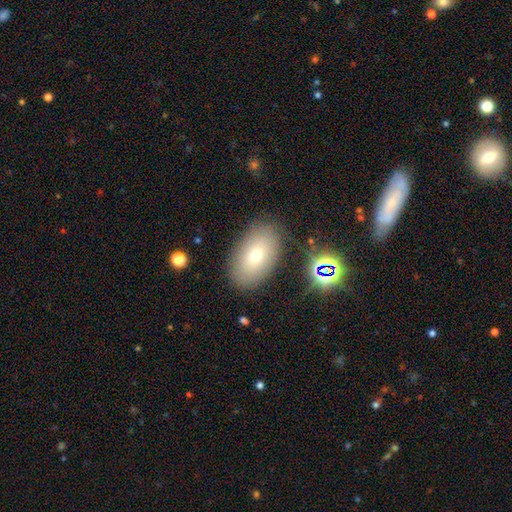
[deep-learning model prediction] smooth_or_featured: smooth (p=0.67) [alt: featured or disk p=0.21]
how_rounded: in between (p=0.91) [alt: round p=0.08]
merging: none (p=0.83) [alt: minor disturbance p=0.11]